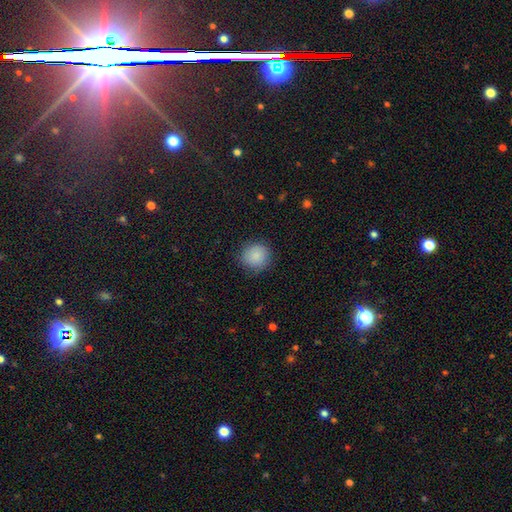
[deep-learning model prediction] Morphology: type=smooth (87%); roundness=round (90%); merging=none (83%).